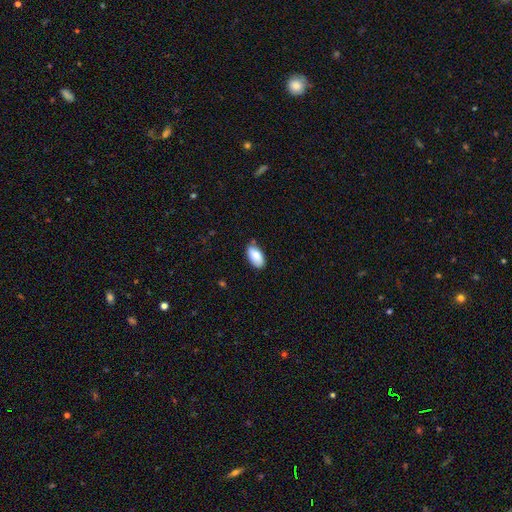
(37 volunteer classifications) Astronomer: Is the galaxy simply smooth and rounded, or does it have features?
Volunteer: smooth — 89%.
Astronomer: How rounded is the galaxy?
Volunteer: in between — 97%.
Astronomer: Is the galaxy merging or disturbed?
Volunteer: none — 75%.